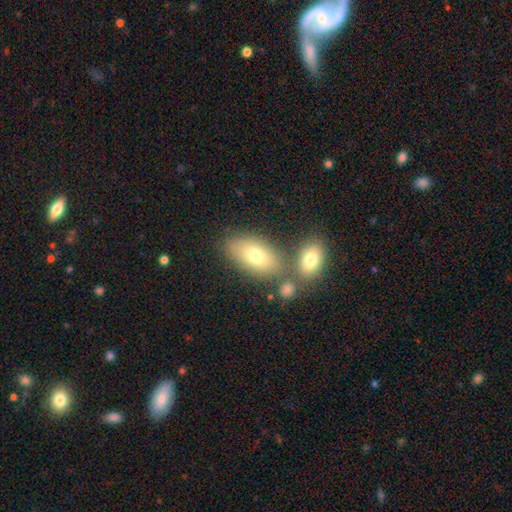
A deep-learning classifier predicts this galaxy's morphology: smooth 72%, featured or disk 19%, star or artifact 9%. Down the decision tree: how rounded — in between (88%); merging — none (60%).